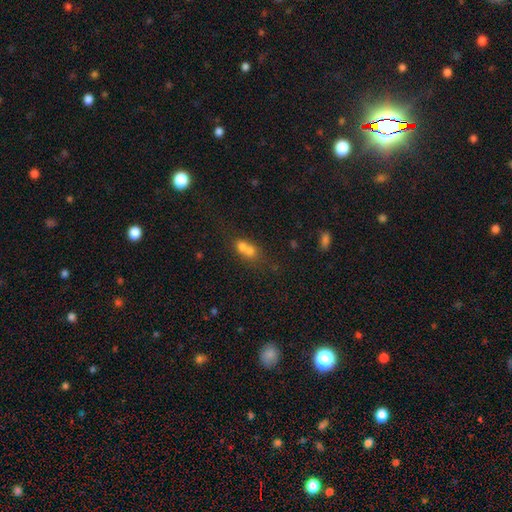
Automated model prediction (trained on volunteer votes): Morphology: type=smooth (50%); merging=none (46%).